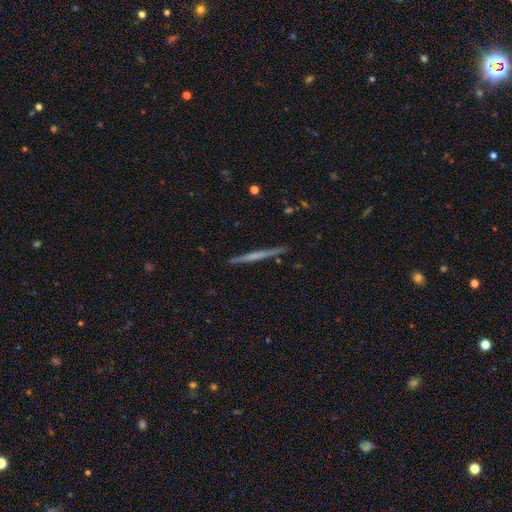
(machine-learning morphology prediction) A featured or disk galaxy (55%) viewed edge-on (98%) with no central bulge (84%). Merging: none (92%).